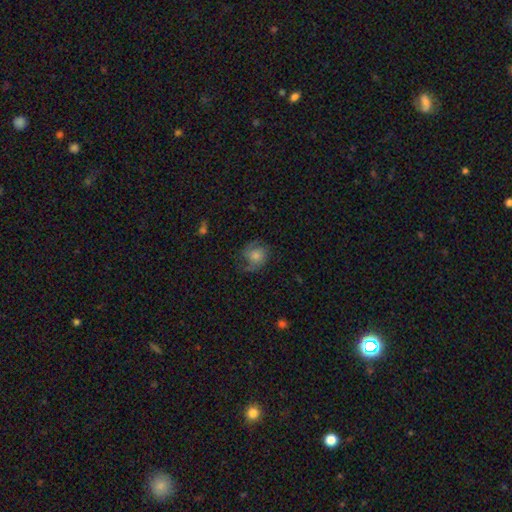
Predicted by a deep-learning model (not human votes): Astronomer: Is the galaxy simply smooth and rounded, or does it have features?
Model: featured or disk — 54% (runner-up: smooth, 37%).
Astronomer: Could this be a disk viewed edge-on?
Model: no — 97%.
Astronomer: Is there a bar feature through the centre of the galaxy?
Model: no — 76%.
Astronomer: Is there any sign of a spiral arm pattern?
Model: yes — 89%.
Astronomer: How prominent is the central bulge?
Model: moderate — 35% (runner-up: small, 24%).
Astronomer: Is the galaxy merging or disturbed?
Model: none — 60%.